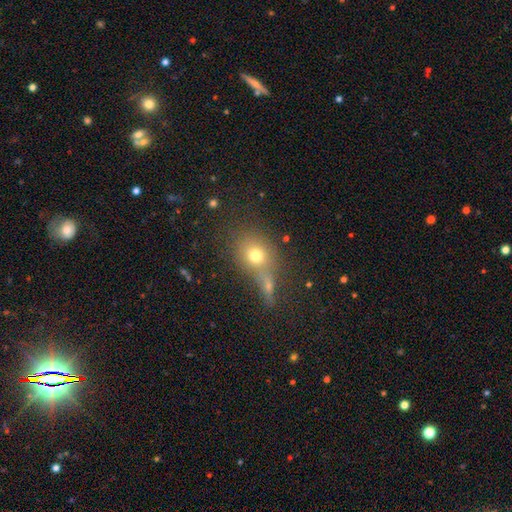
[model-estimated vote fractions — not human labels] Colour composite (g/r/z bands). It shows a smooth galaxy with no disk features (71%) that is round (62%). Merging: none (47%).